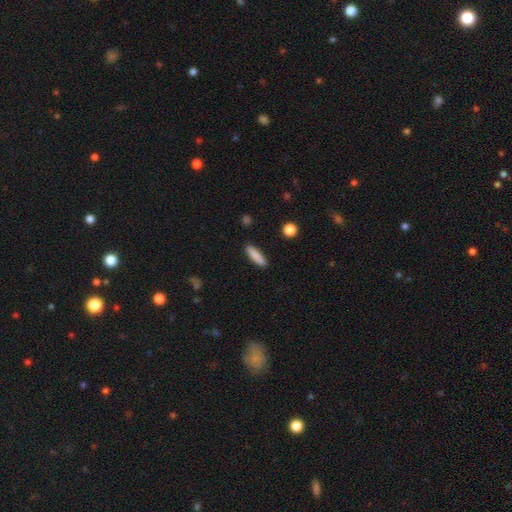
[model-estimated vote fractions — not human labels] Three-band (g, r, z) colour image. It shows a smooth galaxy with no disk features (86%) that is cigar-shaped (77%). Merging: none (90%).